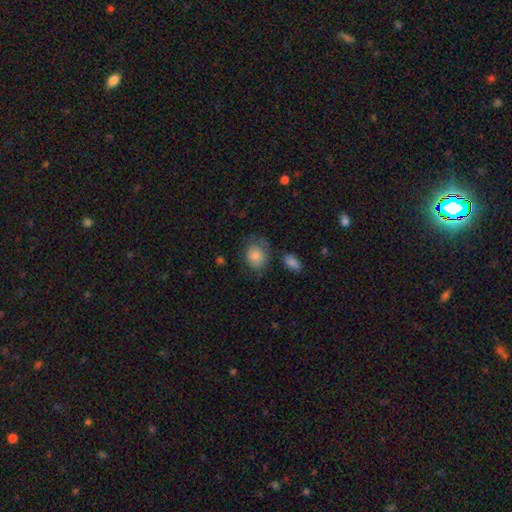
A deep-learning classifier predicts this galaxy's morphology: This is clearly a smooth galaxy (80%). How rounded: possibly round (52%). Merging: possibly none (58%).